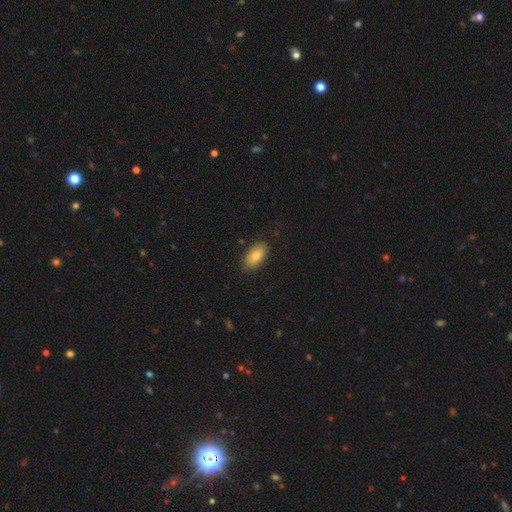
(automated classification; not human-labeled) This is likely a smooth galaxy (78%). How rounded: clearly in between (92%). Merging: clearly none (84%).